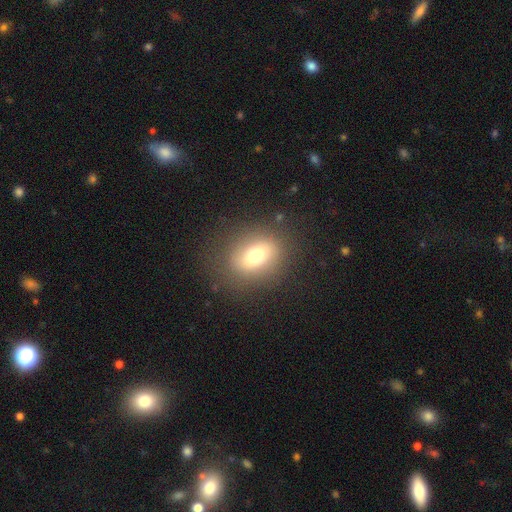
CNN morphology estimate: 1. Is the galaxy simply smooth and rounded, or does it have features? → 69% smooth, 20% featured or disk, 11% star or artifact.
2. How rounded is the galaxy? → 62% in between, 36% round, 2% cigar-shaped.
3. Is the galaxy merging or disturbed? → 81% none, 12% minor disturbance, 6% major disturbance, 2% merger.